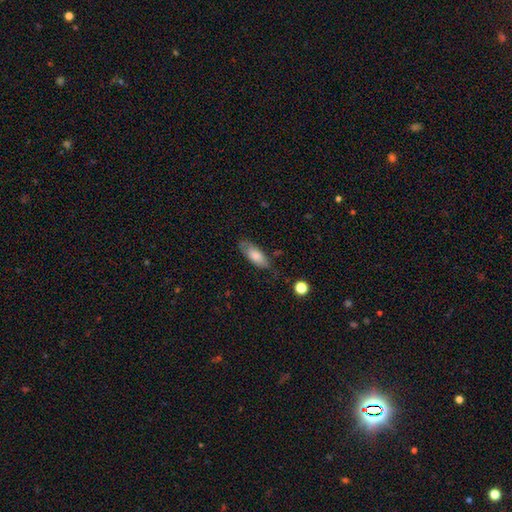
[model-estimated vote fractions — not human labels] smooth-or-featured: smooth: 75% | featured or disk: 19% | star or artifact: 6%
  how-rounded: in between: 78% | cigar-shaped: 19% | round: 2%
  merging: none: 64% | minor disturbance: 26% | major disturbance: 7% | merger: 2%